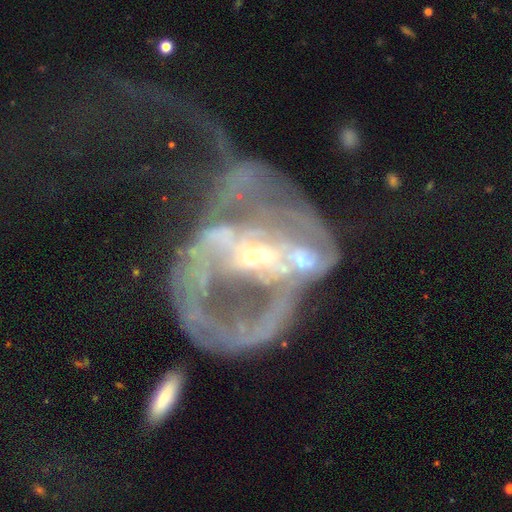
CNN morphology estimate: Smooth or featured: featured or disk — 80% (star or artifact — 10%)
Edge-on disk: no — 96% (yes — 4%)
Bar: no — 42% (weak — 29%)
Spiral arms: yes — 55% (no — 45%)
Bulge size: small — 58% (moderate — 31%)
Merging: major disturbance — 41% (merger — 32%)